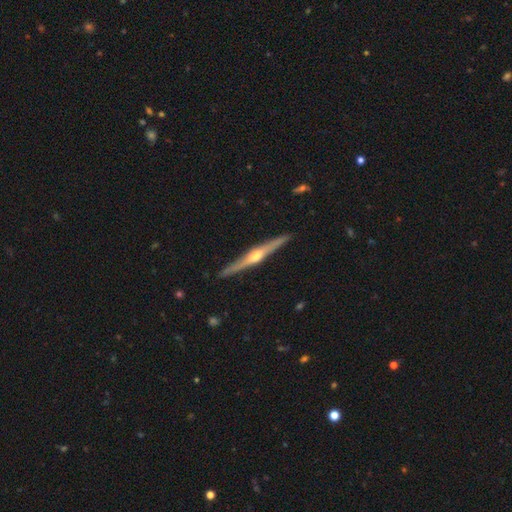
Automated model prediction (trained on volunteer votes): A featured or disk galaxy (78%) viewed edge-on (98%) with a rounded central bulge (90%).

Vote fractions:
- Smooth or featured? featured or disk: 78% / smooth: 17% / star or artifact: 5%
- Edge-on disk? yes: 98% / no: 2%
- Edge-on bulge? rounded: 90% / none: 5% / boxy: 5%
- Merging? none: 90% / minor disturbance: 7% / major disturbance: 1% / merger: 1%